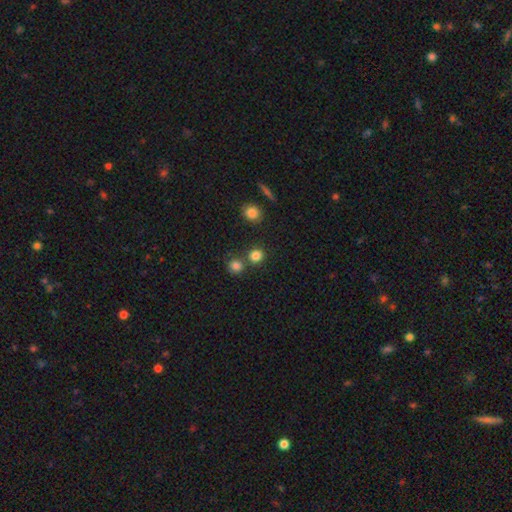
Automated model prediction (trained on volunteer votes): The model was most divided on "merging": none: 70%, merger: 20%, minor disturbance: 8%, major disturbance: 3%. More confident: how rounded — round (84%); smooth or featured — smooth (82%).